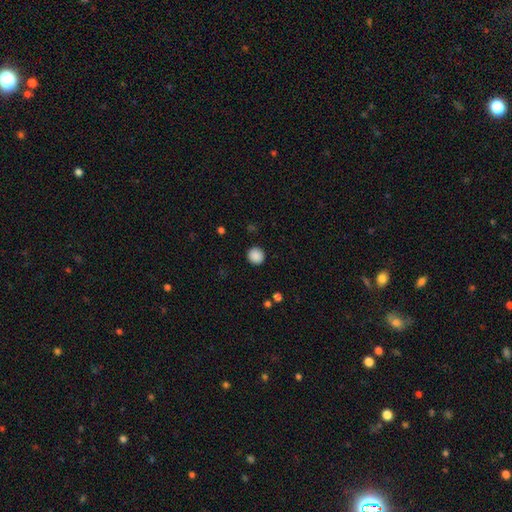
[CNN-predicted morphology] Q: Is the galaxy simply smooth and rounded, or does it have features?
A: smooth — 88%.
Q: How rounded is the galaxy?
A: round — 93%.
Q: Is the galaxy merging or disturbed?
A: none — 91%.